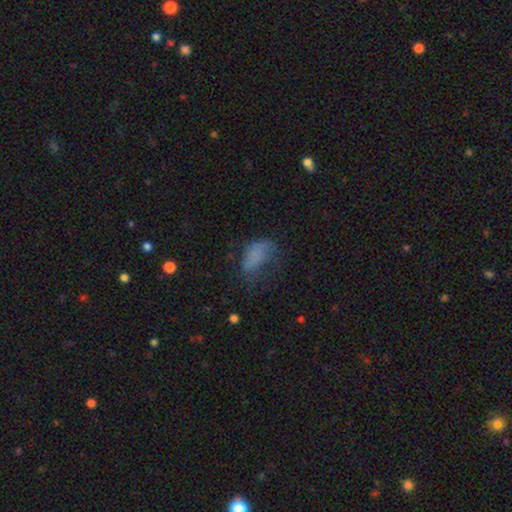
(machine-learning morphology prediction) smooth_or_featured: smooth (p=0.65) [alt: featured or disk p=0.21]
how_rounded: in between (p=0.88) [alt: round p=0.08]
merging: major disturbance (p=0.38) [alt: none p=0.31]